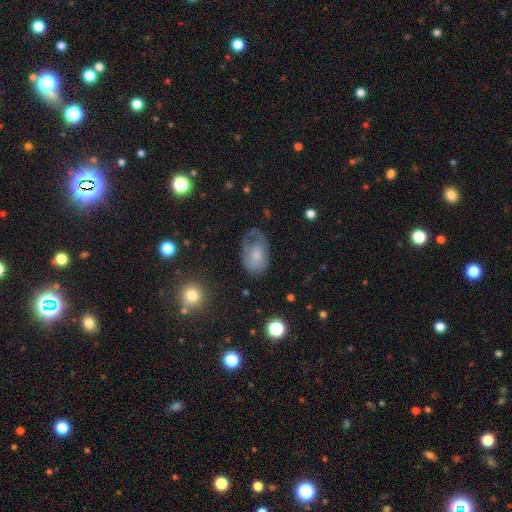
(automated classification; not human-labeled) smooth-or-featured: smooth: 56% | featured or disk: 34% | star or artifact: 10%
  how-rounded: in between: 87% | round: 11% | cigar-shaped: 2%
  merging: none: 39% | minor disturbance: 30% | major disturbance: 28% | merger: 2%